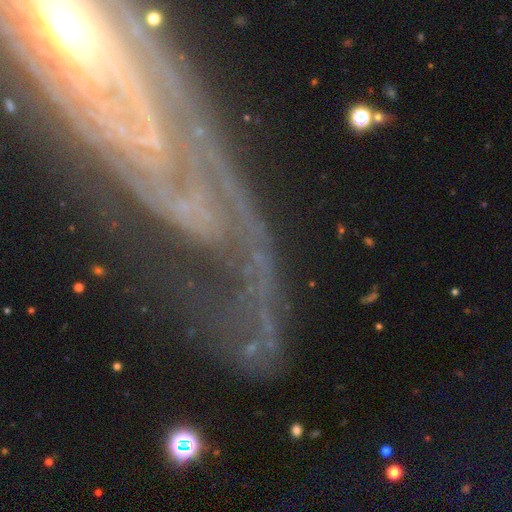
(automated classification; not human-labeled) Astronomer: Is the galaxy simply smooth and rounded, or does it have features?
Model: featured or disk — 68%.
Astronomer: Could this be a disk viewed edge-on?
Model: no — 85%.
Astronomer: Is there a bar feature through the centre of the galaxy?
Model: no — 45% (runner-up: weak, 29%).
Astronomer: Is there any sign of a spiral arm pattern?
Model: yes — 84%.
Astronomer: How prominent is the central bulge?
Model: small — 47% (runner-up: moderate, 27%).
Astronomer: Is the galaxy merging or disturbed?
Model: none — 59%.